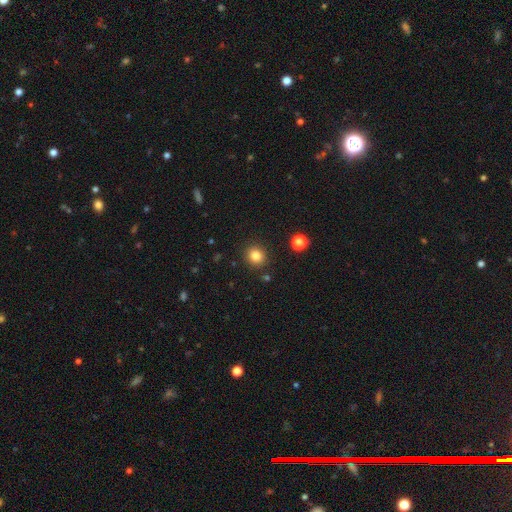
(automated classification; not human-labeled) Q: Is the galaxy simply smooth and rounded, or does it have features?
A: smooth — 83%.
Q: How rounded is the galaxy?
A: round — 84%.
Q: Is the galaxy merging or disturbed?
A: none — 89%.